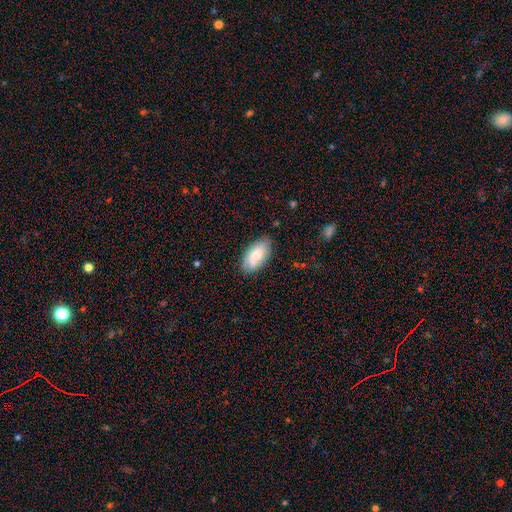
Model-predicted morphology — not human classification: smooth-or-featured: smooth: 68% | featured or disk: 25% | star or artifact: 7%
  how-rounded: in between: 93% | cigar-shaped: 4% | round: 3%
  merging: none: 78% | minor disturbance: 18% | major disturbance: 3% | merger: 1%